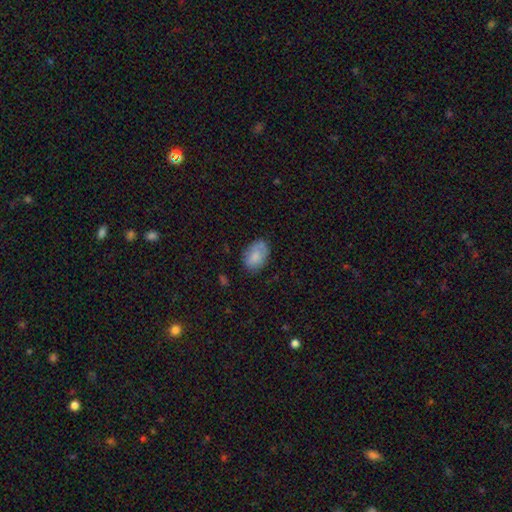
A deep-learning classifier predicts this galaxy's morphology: Smooth or featured?
  - smooth: 79% *
  - featured or disk: 13%
  - star or artifact: 7%
How rounded?
  - in between: 87% *
  - round: 11%
  - cigar-shaped: 1%
Merging?
  - none: 70% *
  - minor disturbance: 23%
  - major disturbance: 6%
  - merger: 2%